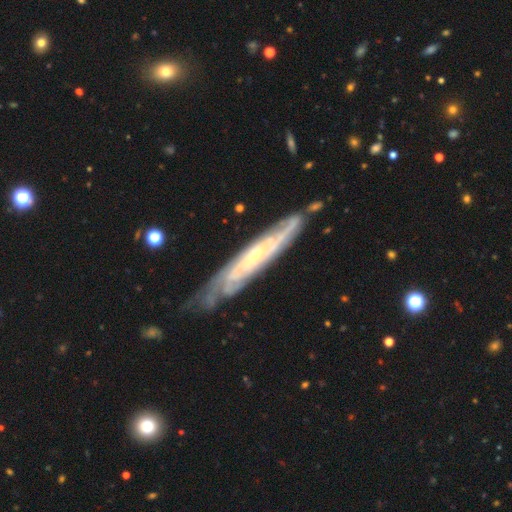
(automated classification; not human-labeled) A featured or disk galaxy (83%) with no bar (66%), spiral arms (94%) and a small central bulge (75%).

Vote fractions:
- Smooth or featured? featured or disk: 83% / smooth: 12% / star or artifact: 5%
- Edge-on disk? no: 62% / yes: 38%
- Bar? no: 66% / weak: 24% / strong: 9%
- Spiral arms? yes: 94% / no: 6%
- Bulge size? small: 75% / moderate: 19% / none: 3% / large: 2% / dominant: 1%
- Merging? none: 70% / minor disturbance: 21% / major disturbance: 6% / merger: 2%